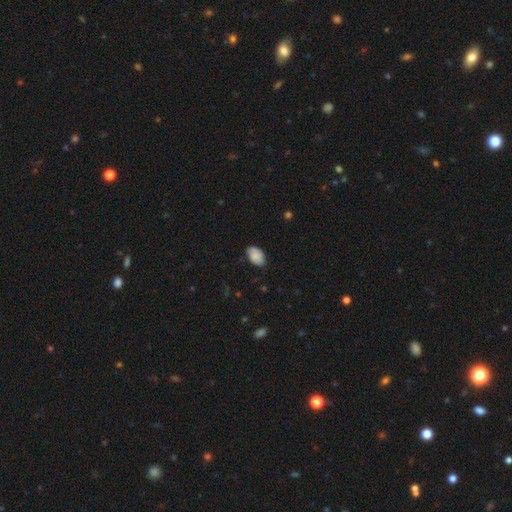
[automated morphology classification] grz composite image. It shows a smooth galaxy with no disk features (79%) that is in between round and cigar-shaped (90%). Merging: none (72%).